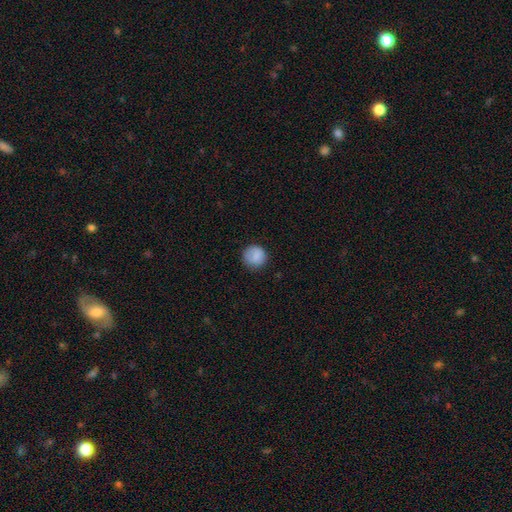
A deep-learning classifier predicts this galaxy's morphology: Smooth or featured?
  - smooth: 86% *
  - star or artifact: 8%
  - featured or disk: 6%
How rounded?
  - round: 92% *
  - in between: 7%
  - cigar-shaped: 1%
Merging?
  - none: 83% *
  - minor disturbance: 12%
  - major disturbance: 3%
  - merger: 1%